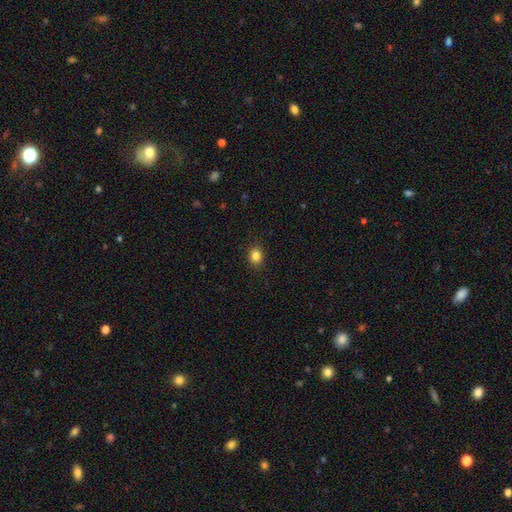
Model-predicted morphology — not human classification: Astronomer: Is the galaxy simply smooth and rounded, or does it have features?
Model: smooth — 84%.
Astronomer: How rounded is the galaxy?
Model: round — 56% (runner-up: in between, 43%).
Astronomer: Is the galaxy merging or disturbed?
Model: none — 89%.